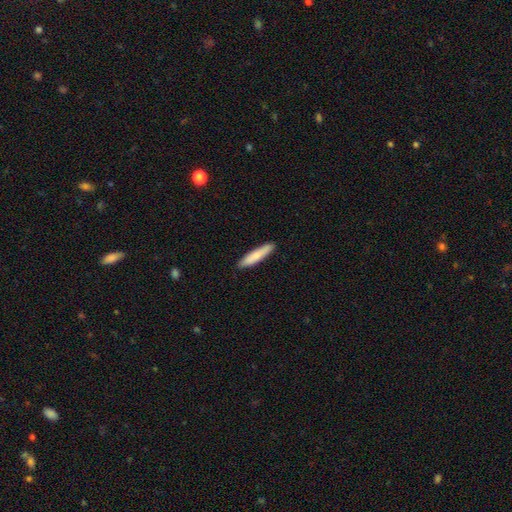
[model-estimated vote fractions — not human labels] Smooth or featured?
  - smooth: 79% *
  - featured or disk: 16%
  - star or artifact: 5%
How rounded?
  - cigar-shaped: 89% *
  - in between: 10%
  - round: 1%
Merging?
  - none: 89% *
  - minor disturbance: 8%
  - major disturbance: 1%
  - merger: 1%